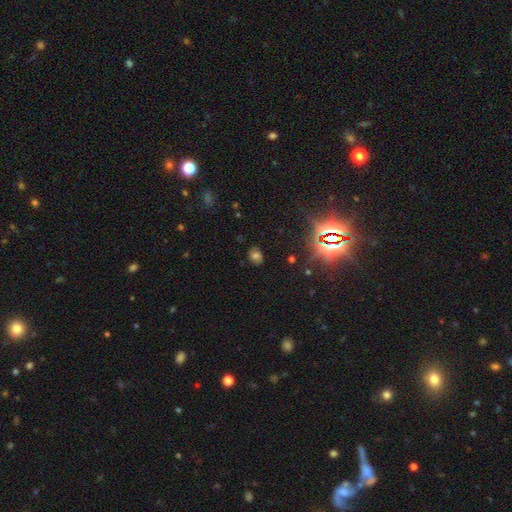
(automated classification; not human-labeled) Smooth or featured? Predicted: smooth (p=0.52). How rounded? Predicted: in between (p=0.54). Merging? Predicted: none (p=0.79).